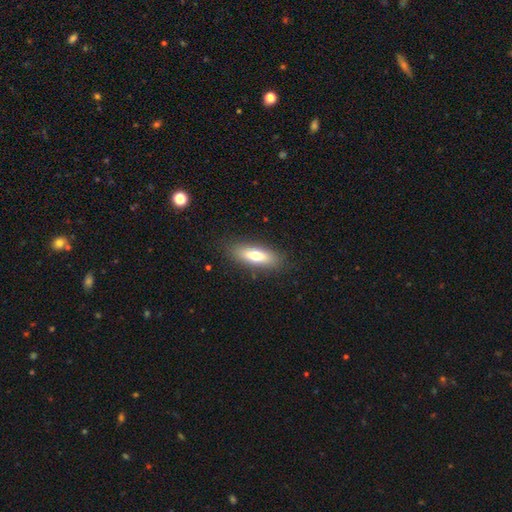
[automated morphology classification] Smooth or featured? smooth (67%)
How rounded? in between (57%)
Merging? none (86%)